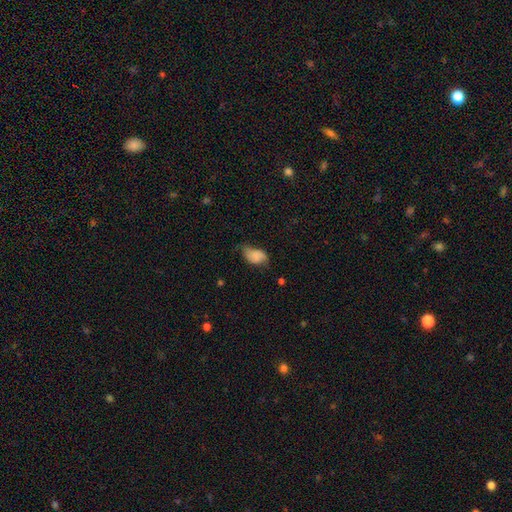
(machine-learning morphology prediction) smooth 74%, featured or disk 17%, star or artifact 9%. Down the decision tree: how rounded — in between (87%); merging — none (42%).